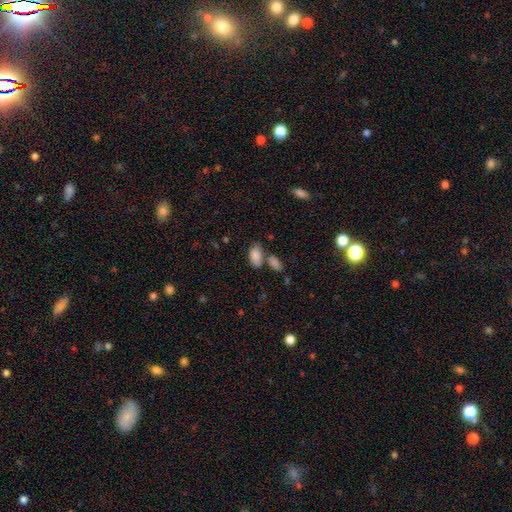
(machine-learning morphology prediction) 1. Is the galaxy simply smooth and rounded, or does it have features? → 85% smooth, 8% star or artifact, 7% featured or disk.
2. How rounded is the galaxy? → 93% in between, 4% round, 3% cigar-shaped.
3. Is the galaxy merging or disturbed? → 54% none, 26% merger, 15% minor disturbance, 5% major disturbance.